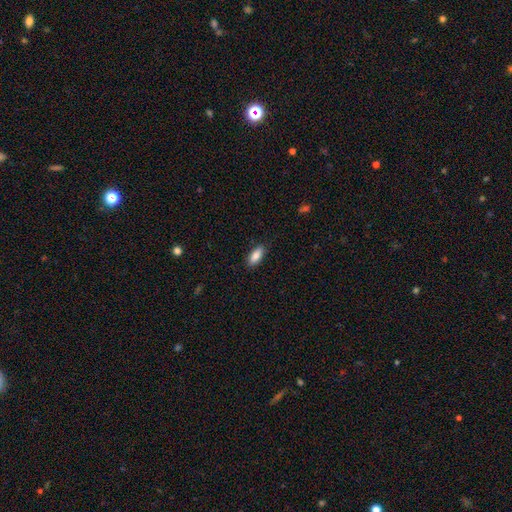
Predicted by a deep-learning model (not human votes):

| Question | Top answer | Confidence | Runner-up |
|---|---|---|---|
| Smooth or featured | smooth | 86% | featured or disk (8%) |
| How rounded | in between | 82% | cigar-shaped (16%) |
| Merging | none | 86% | minor disturbance (11%) |